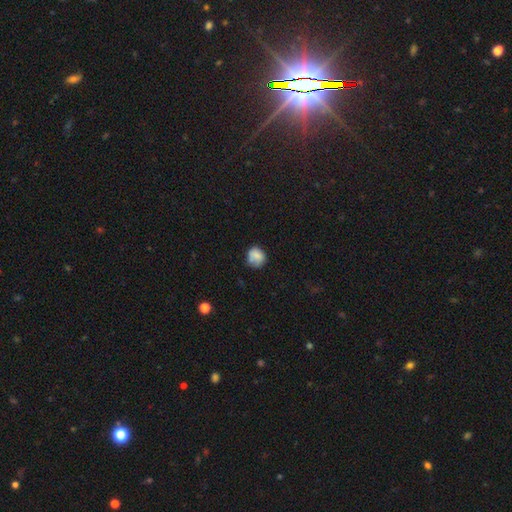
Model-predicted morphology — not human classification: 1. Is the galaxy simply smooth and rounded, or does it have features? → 77% smooth, 13% featured or disk, 10% star or artifact.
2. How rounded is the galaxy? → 78% round, 21% in between, 1% cigar-shaped.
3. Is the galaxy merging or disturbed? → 60% none, 27% minor disturbance, 8% major disturbance, 5% merger.